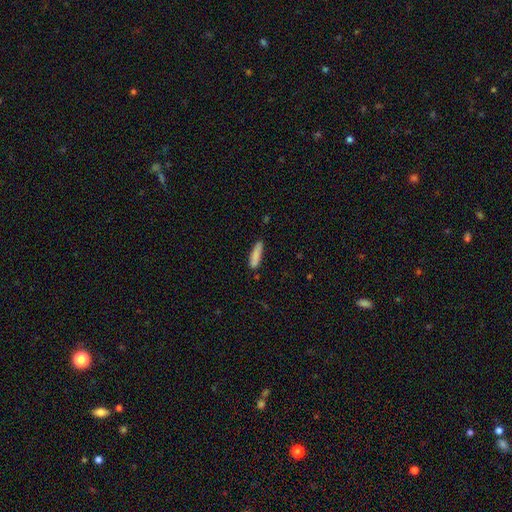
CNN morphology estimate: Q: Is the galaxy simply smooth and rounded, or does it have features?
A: smooth — 86%.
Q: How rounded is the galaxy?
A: cigar-shaped — 70%.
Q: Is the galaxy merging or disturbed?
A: none — 81%.